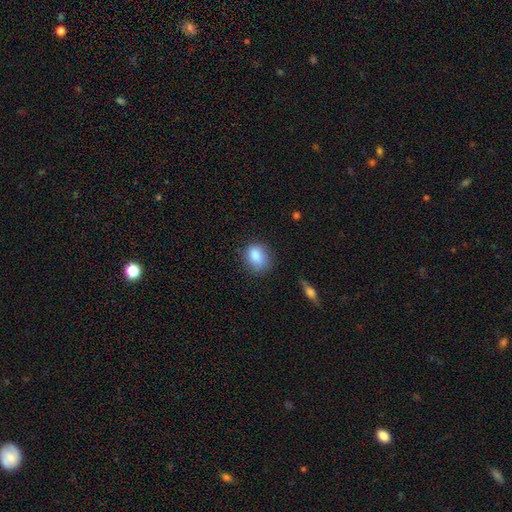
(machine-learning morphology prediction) This is clearly a smooth galaxy (86%). How rounded: possibly in between (58%). Merging: likely none (72%).